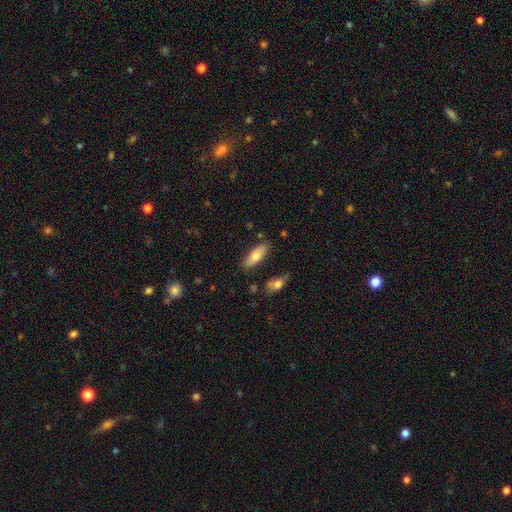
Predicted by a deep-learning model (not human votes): Smooth or featured?
  - smooth: 72% *
  - featured or disk: 21%
  - star or artifact: 6%
How rounded?
  - in between: 70% *
  - cigar-shaped: 28%
  - round: 2%
Merging?
  - none: 80% *
  - minor disturbance: 13%
  - merger: 4%
  - major disturbance: 3%